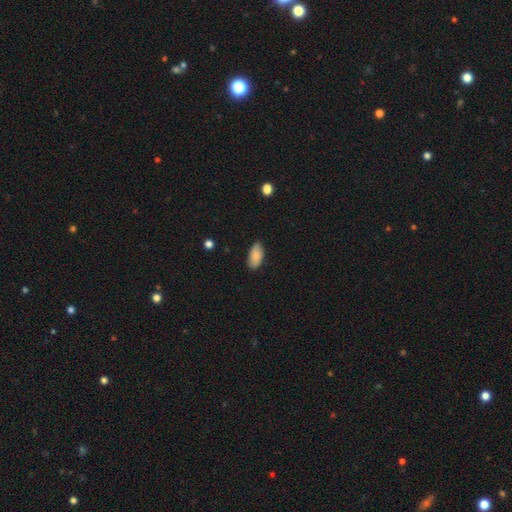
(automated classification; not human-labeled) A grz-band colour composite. It shows a smooth galaxy with no disk features (85%) that is in between round and cigar-shaped (93%). Merging: none (83%).